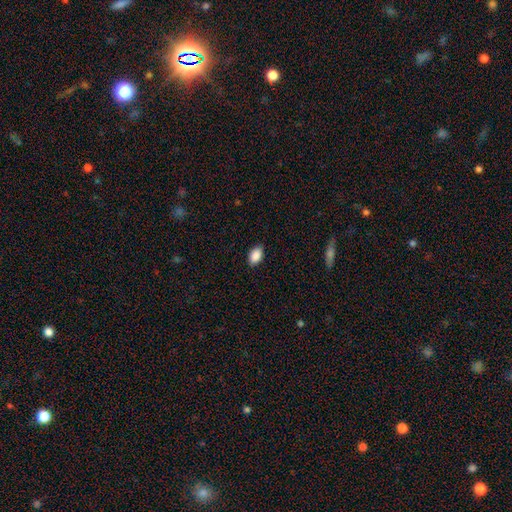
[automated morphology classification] smooth-or-featured: smooth: 89% | star or artifact: 7% | featured or disk: 3%
  how-rounded: in between: 91% | round: 8% | cigar-shaped: 2%
  merging: none: 87% | minor disturbance: 10% | major disturbance: 2% | merger: 1%